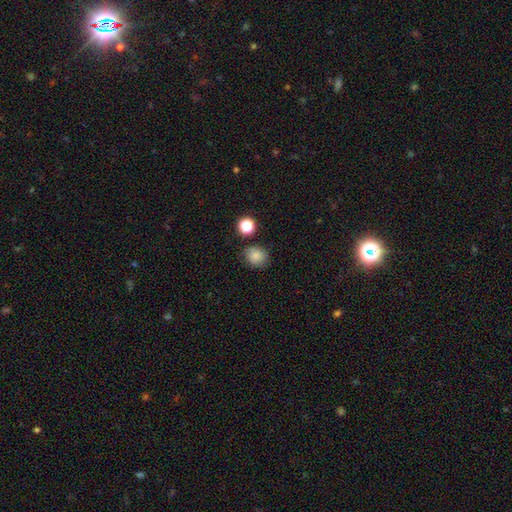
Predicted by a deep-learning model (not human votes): smooth_or_featured: smooth (p=0.83) [alt: star or artifact p=0.11]
how_rounded: round (p=0.70) [alt: in between p=0.29]
merging: none (p=0.78) [alt: minor disturbance p=0.14]